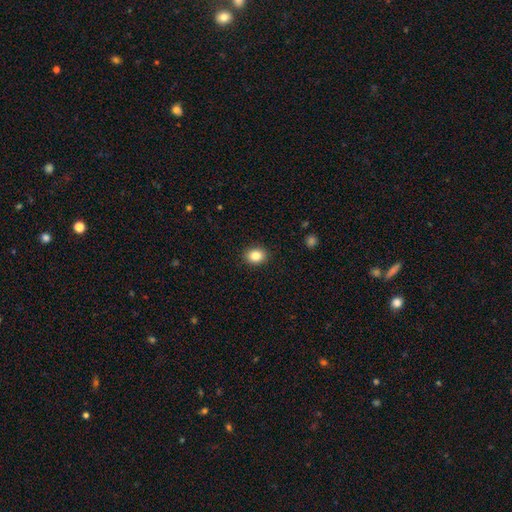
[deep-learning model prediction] A smooth galaxy with no disk features (85%) that is round (55%).

Vote fractions:
- Smooth or featured? smooth: 85% / star or artifact: 10% / featured or disk: 6%
- How rounded? round: 55% / in between: 44% / cigar-shaped: 1%
- Merging? none: 90% / minor disturbance: 7% / major disturbance: 2% / merger: 1%